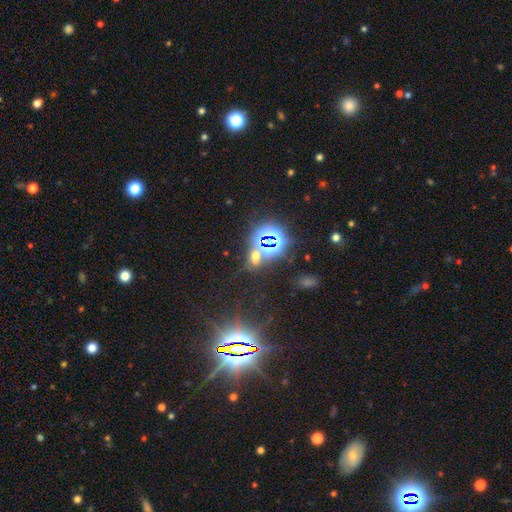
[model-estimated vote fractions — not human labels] This is likely a star or artifact rather than a galaxy (66%).